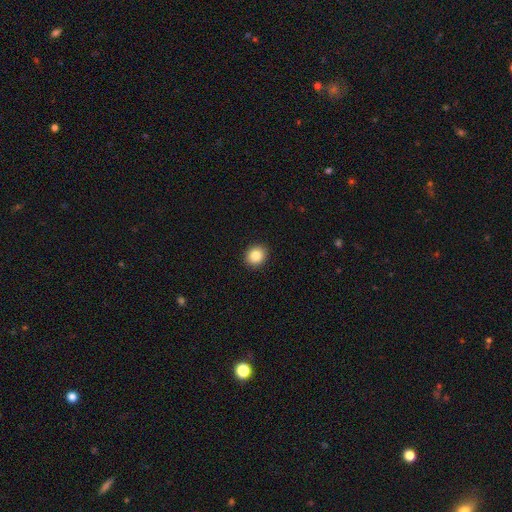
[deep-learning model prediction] Q: Smooth or featured?
A: smooth (85%); runner-up: star or artifact (9%)
Q: How rounded?
A: round (78%); runner-up: in between (22%)
Q: Merging?
A: none (92%); runner-up: minor disturbance (6%)